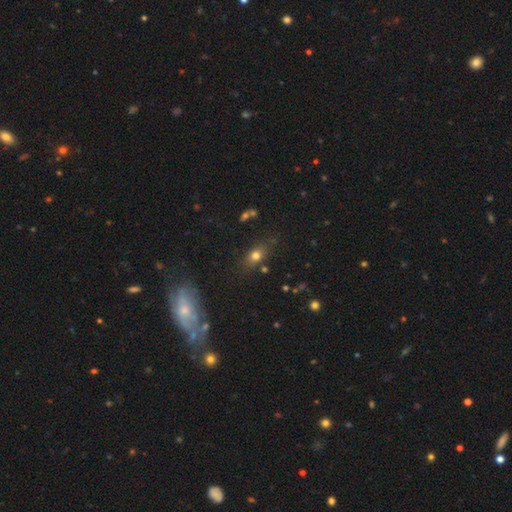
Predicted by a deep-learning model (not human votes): Smooth or featured?
  - smooth: 70% *
  - star or artifact: 16%
  - featured or disk: 14%
How rounded?
  - in between: 62% *
  - round: 31%
  - cigar-shaped: 8%
Merging?
  - none: 75% *
  - minor disturbance: 15%
  - merger: 5%
  - major disturbance: 5%